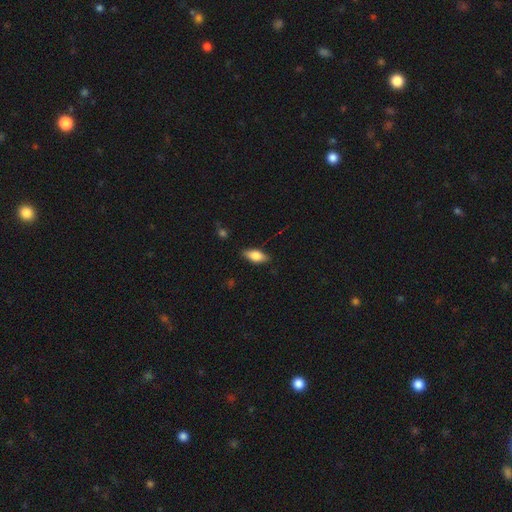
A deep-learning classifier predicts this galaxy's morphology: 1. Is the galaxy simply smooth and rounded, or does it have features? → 67% smooth, 26% featured or disk, 7% star or artifact.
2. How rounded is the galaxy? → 80% in between, 16% cigar-shaped, 4% round.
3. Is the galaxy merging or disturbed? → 84% none, 12% minor disturbance, 2% major disturbance, 1% merger.